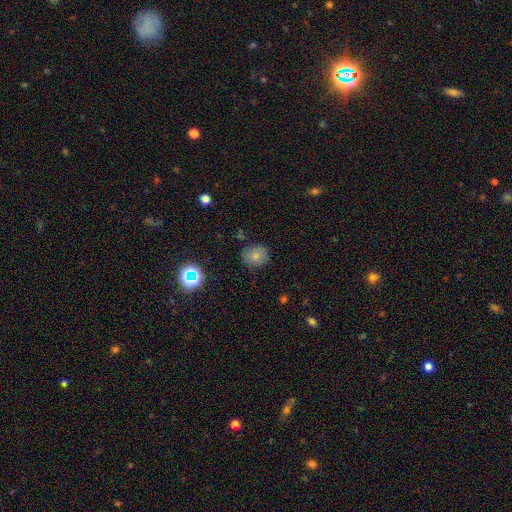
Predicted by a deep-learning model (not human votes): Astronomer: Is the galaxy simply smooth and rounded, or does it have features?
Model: smooth — 76%.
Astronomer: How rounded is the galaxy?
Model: round — 78%.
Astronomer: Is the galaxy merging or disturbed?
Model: none — 81%.